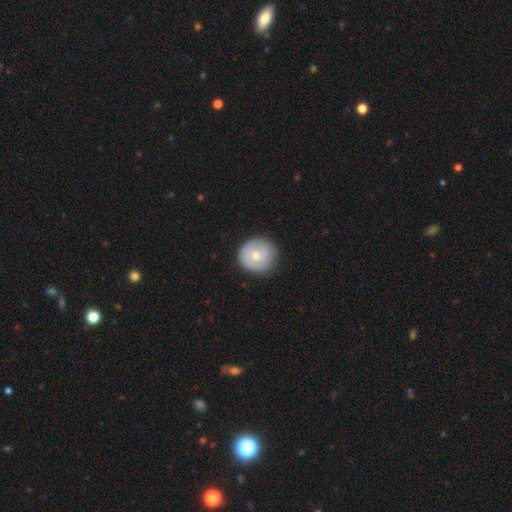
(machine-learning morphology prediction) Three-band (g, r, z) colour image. It shows a smooth galaxy with no disk features (54%) that is round (90%). Merging: none (82%).